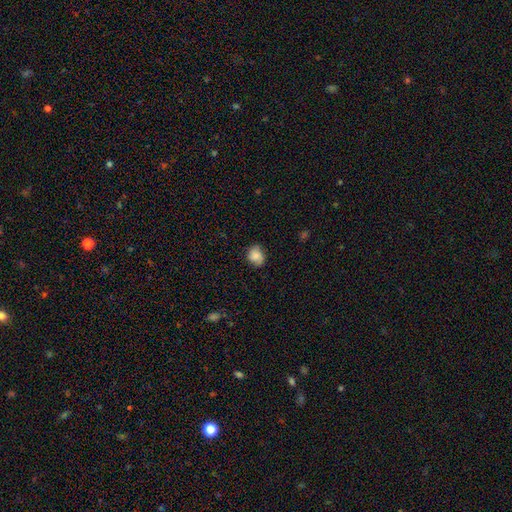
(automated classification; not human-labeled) Smooth or featured? smooth (77%)
How rounded? round (54%)
Merging? none (72%)